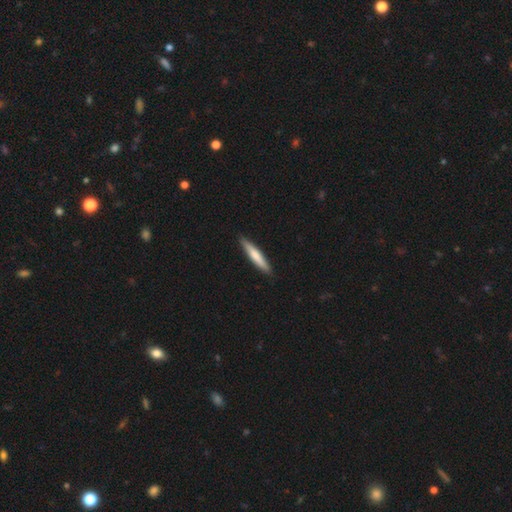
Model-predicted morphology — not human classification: This appears to be a smooth galaxy with no disk features (65%) that is cigar-shaped (92%). Merging: none (90%).